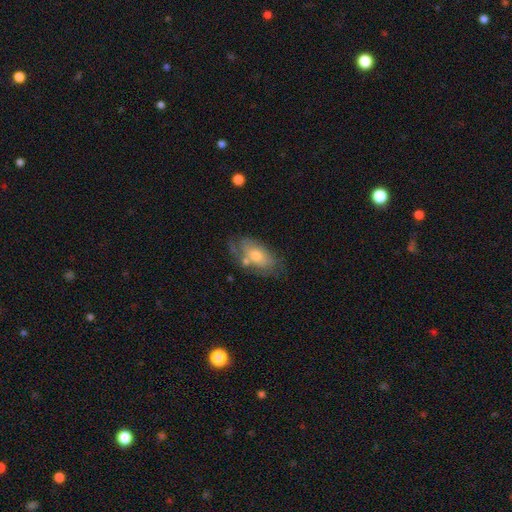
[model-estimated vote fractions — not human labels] Smooth or featured? Predicted: smooth (p=0.50). Merging? Predicted: none (p=0.53).